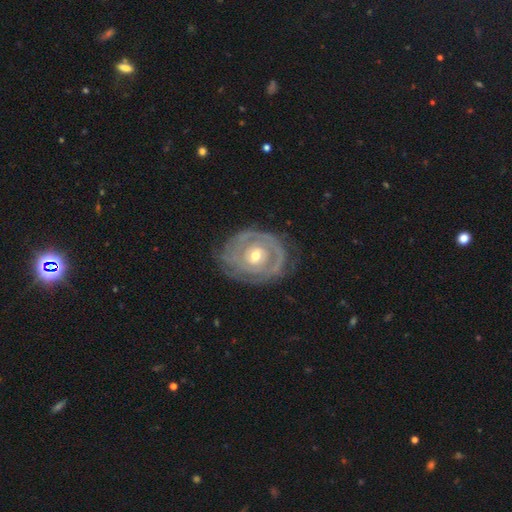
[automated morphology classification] Smooth or featured? Predicted: featured or disk (p=0.84). Edge-on disk? Predicted: no (p=0.96). Bar? Predicted: no (p=0.74). Spiral arms? Predicted: yes (p=0.85). Spiral winding? Predicted: tight (p=0.79). Spiral arm count? Predicted: can't tell (p=0.40). Bulge size? Predicted: moderate (p=0.62). Merging? Predicted: none (p=0.70).